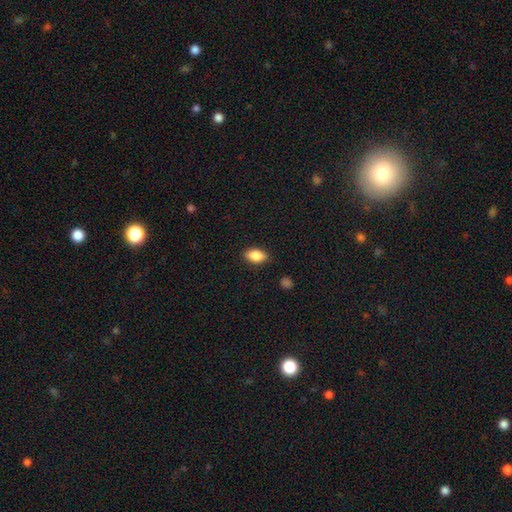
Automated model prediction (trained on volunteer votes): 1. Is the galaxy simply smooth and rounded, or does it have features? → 86% smooth, 8% star or artifact, 7% featured or disk.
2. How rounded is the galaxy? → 90% in between, 6% round, 4% cigar-shaped.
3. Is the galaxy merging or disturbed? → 87% none, 10% minor disturbance, 2% major disturbance, 1% merger.